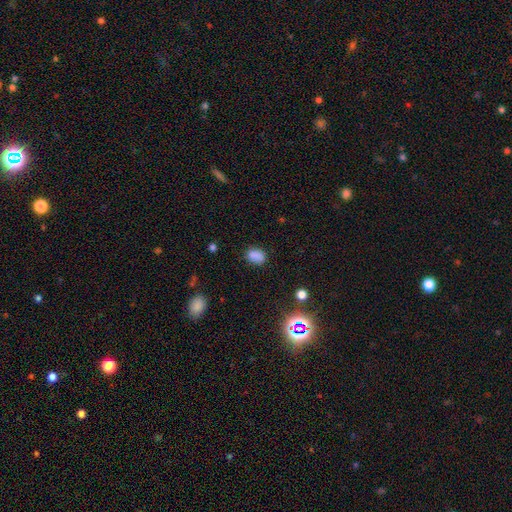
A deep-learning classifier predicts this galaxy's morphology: A smooth galaxy with no disk features (80%) that is in between round and cigar-shaped (77%). Merging: none (72%).